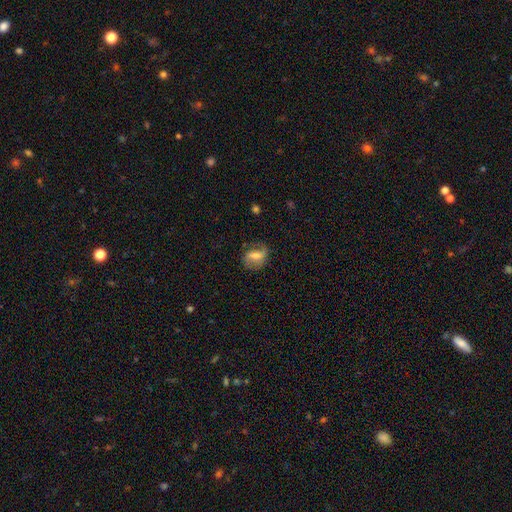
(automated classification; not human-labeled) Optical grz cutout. It shows a featured or disk galaxy (56%) with a weak bar (41%), spiral arms (81%) and a moderate central bulge (47%). Merging: none (65%).